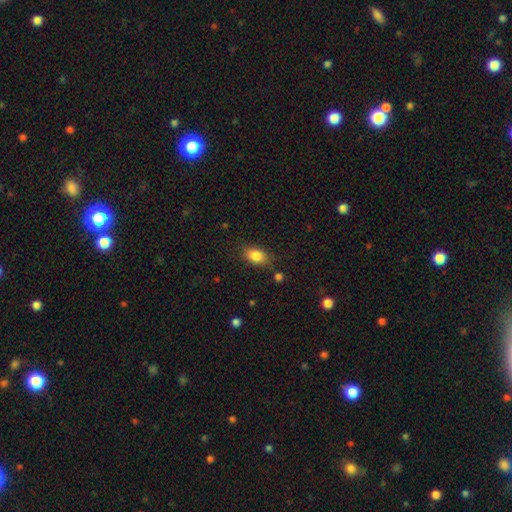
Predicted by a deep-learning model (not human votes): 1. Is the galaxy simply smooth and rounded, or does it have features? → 85% smooth, 9% star or artifact, 6% featured or disk.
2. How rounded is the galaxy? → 83% in between, 15% round, 3% cigar-shaped.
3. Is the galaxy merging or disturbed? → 77% none, 16% minor disturbance, 4% major disturbance, 3% merger.